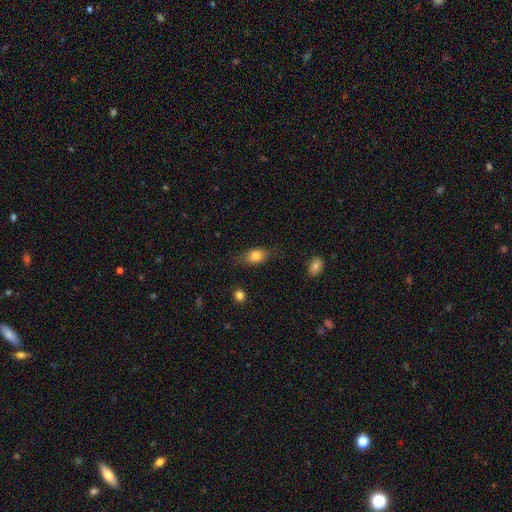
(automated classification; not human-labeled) Smooth or featured: smooth — 78% (featured or disk — 14%)
How rounded: in between — 73% (round — 21%)
Merging: none — 72% (minor disturbance — 20%)